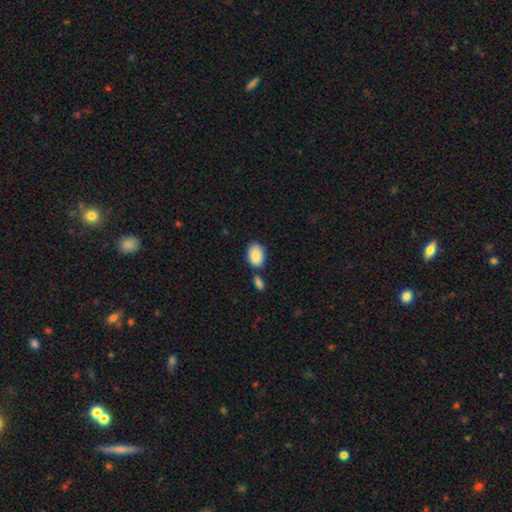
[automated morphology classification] Q: Smooth or featured?
A: smooth (87%); runner-up: star or artifact (7%)
Q: How rounded?
A: in between (87%); runner-up: round (12%)
Q: Merging?
A: none (62%); runner-up: merger (18%)